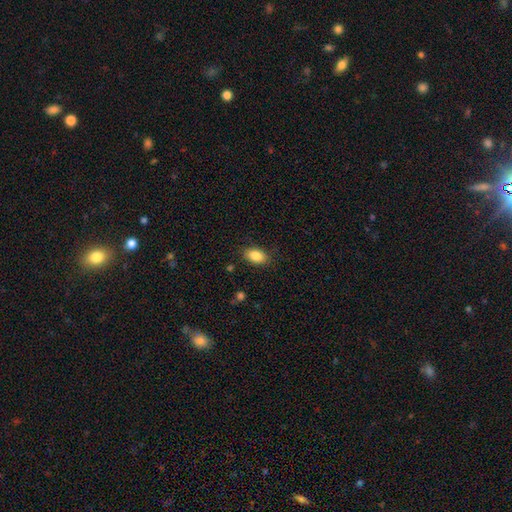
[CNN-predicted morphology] smooth_or_featured: smooth (p=0.86) [alt: star or artifact p=0.08]
how_rounded: in between (p=0.89) [alt: round p=0.09]
merging: none (p=0.86) [alt: minor disturbance p=0.11]